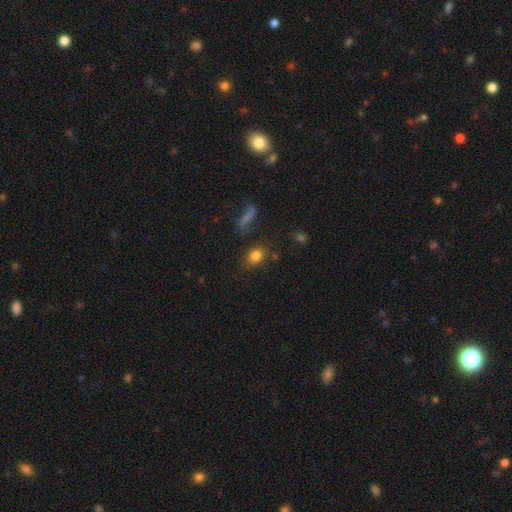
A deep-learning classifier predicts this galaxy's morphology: Smooth or featured? smooth (81%)
How rounded? in between (68%)
Merging? none (74%)